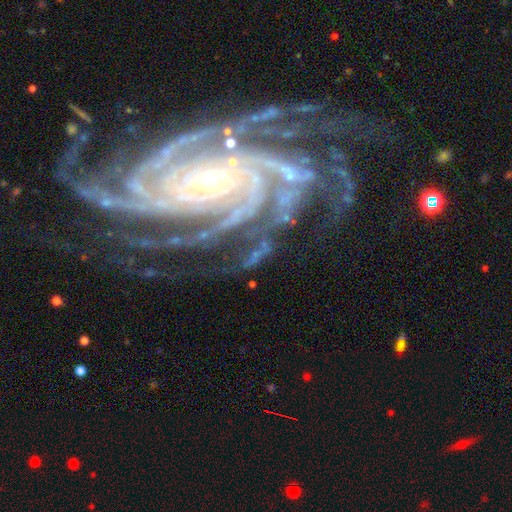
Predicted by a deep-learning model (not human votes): smooth_or_featured: featured or disk (p=0.81) [alt: star or artifact p=0.11]
disk_edge_on: no (p=0.95) [alt: yes p=0.05]
bar: no (p=0.38) [alt: strong p=0.32]
has_spiral_arms: yes (p=0.96) [alt: no p=0.04]
spiral_winding: tight (p=0.65) [alt: medium p=0.28]
spiral_arm_count: 3 (p=0.21) [tied with: 2 p=0.21]
bulge_size: small (p=0.61) [alt: moderate p=0.30]
merging: none (p=0.61) [alt: minor disturbance p=0.17]